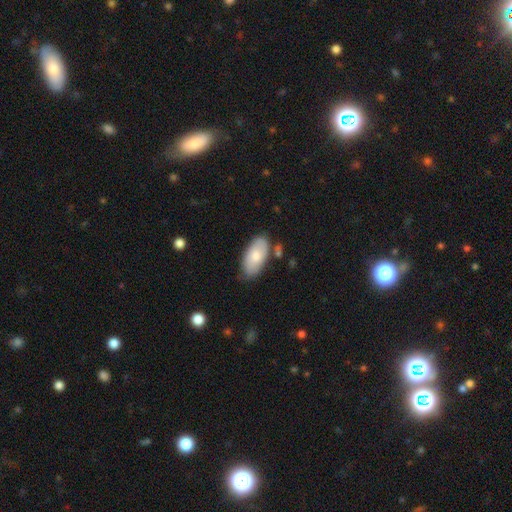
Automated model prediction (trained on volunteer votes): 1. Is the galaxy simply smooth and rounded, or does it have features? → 74% smooth, 20% featured or disk, 6% star or artifact.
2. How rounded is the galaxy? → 94% in between, 4% cigar-shaped, 2% round.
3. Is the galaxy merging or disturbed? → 74% none, 18% minor disturbance, 5% merger, 4% major disturbance.